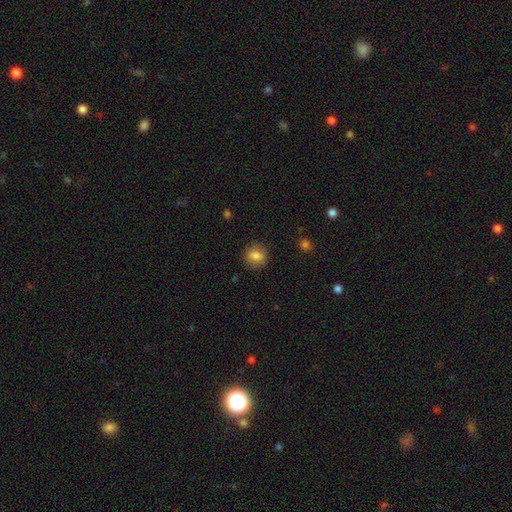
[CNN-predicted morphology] Smooth or featured?
  - smooth: 83% *
  - star or artifact: 10%
  - featured or disk: 8%
How rounded?
  - round: 83% *
  - in between: 16%
  - cigar-shaped: 1%
Merging?
  - none: 89% *
  - minor disturbance: 8%
  - major disturbance: 2%
  - merger: 1%